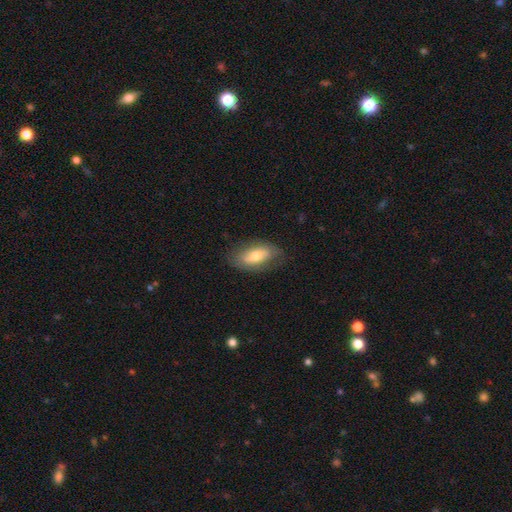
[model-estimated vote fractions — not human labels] smooth 60%, featured or disk 34%, star or artifact 7%. Down the decision tree: how rounded — in between (87%); merging — none (76%).